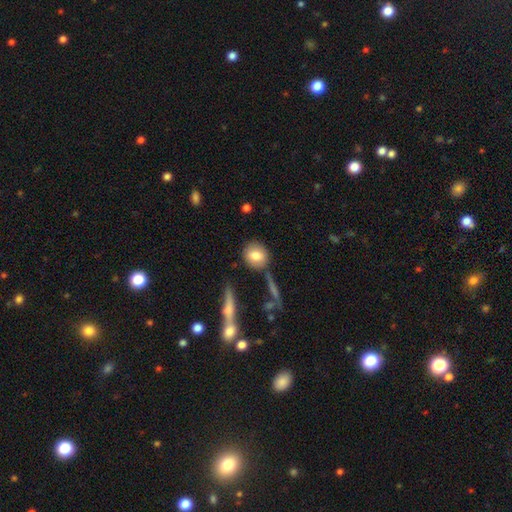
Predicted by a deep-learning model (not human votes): Morphology: type=smooth (80%); roundness=round (72%); merging=none (78%).